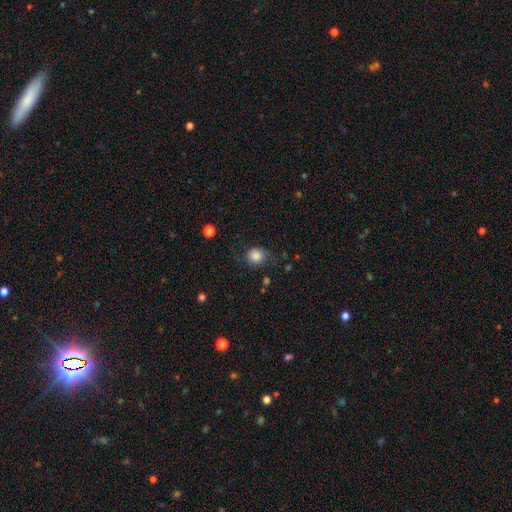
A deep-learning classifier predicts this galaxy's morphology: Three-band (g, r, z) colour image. It shows a smooth galaxy with no disk features (84%) that is round (84%). Merging: none (73%).